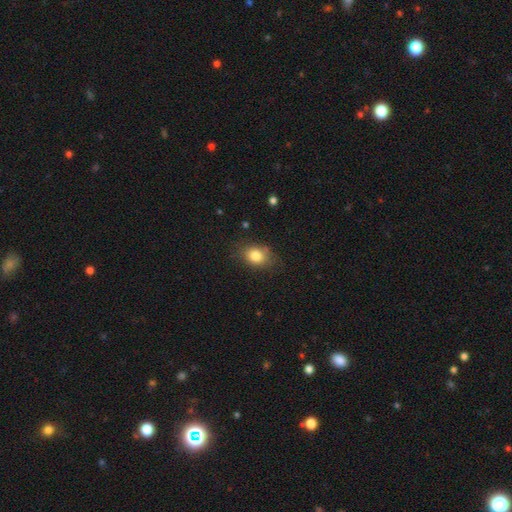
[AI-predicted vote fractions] The model was most divided on "how rounded": in between: 60%, round: 39%, cigar-shaped: 1%. More confident: smooth or featured — smooth (82%); merging — none (71%).